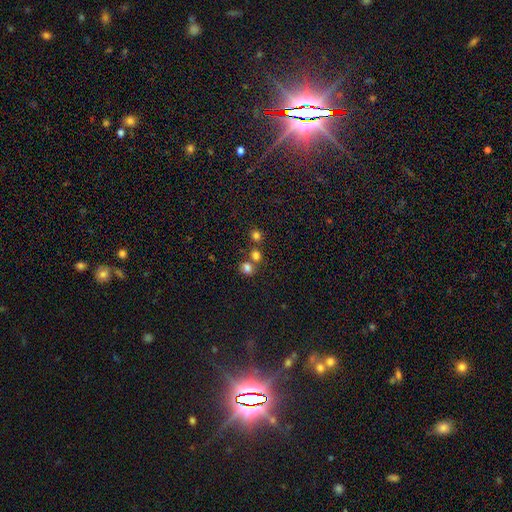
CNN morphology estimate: Q: Smooth or featured?
A: smooth (76%); runner-up: star or artifact (17%)
Q: How rounded?
A: round (70%); runner-up: in between (29%)
Q: Merging?
A: none (56%); runner-up: merger (33%)